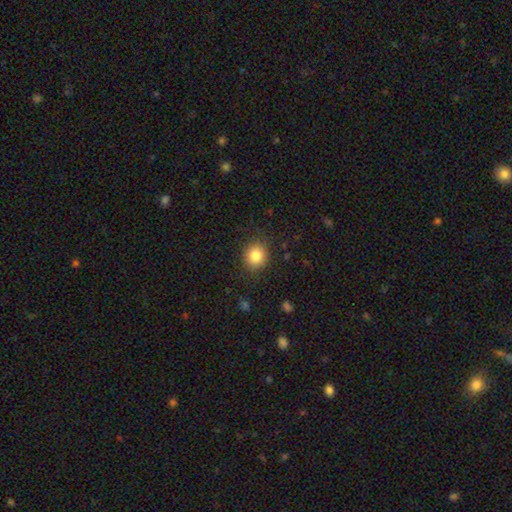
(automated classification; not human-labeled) This appears to be a smooth galaxy with no disk features (84%) that is round (75%). Merging: none (87%).